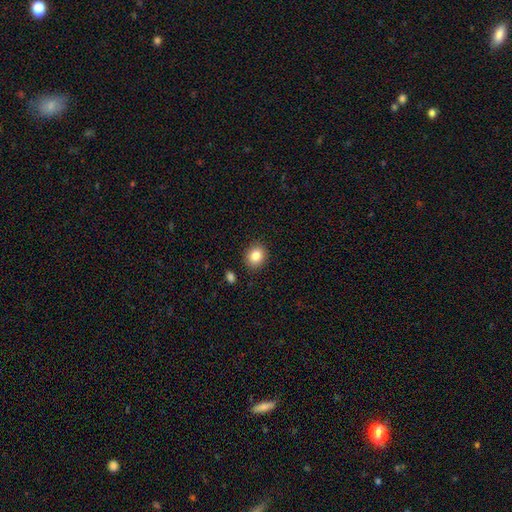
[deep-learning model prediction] Q: Smooth or featured?
A: smooth (85%); runner-up: star or artifact (9%)
Q: How rounded?
A: round (68%); runner-up: in between (32%)
Q: Merging?
A: none (88%); runner-up: minor disturbance (8%)